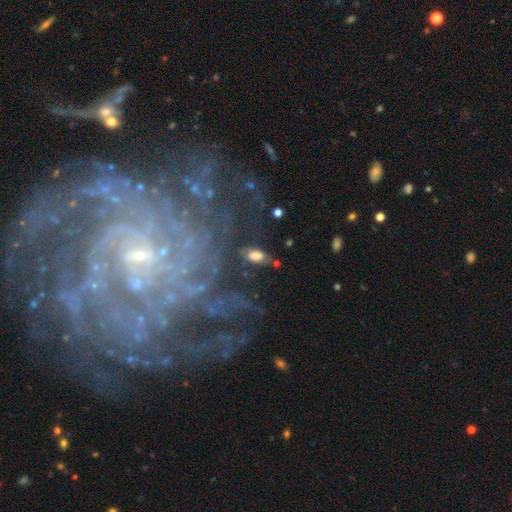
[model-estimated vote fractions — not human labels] This appears to be a smooth galaxy with no disk features (69%) that is in between round and cigar-shaped (90%). Merging: none (67%).